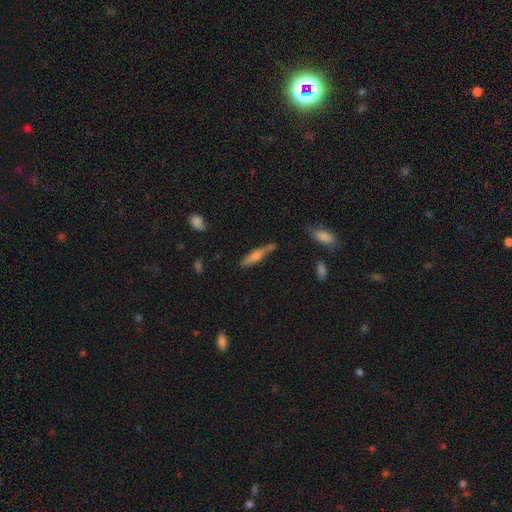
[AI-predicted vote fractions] Q: Smooth or featured?
A: smooth (49%); runner-up: featured or disk (43%)
Q: Merging?
A: none (72%); runner-up: minor disturbance (17%)